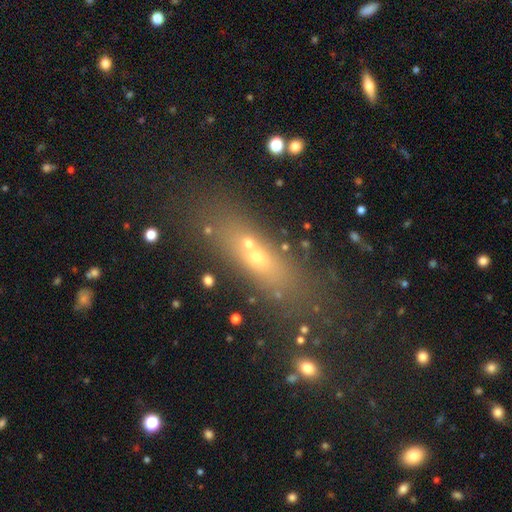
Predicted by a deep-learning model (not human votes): A smooth galaxy with no disk features (54%) that is cigar-shaped (46%).

Vote fractions:
- Smooth or featured? smooth: 54% / featured or disk: 25% / star or artifact: 21%
- How rounded? cigar-shaped: 46% / in between: 45% / round: 10%
- Merging? none: 55% / merger: 23% / minor disturbance: 13% / major disturbance: 9%